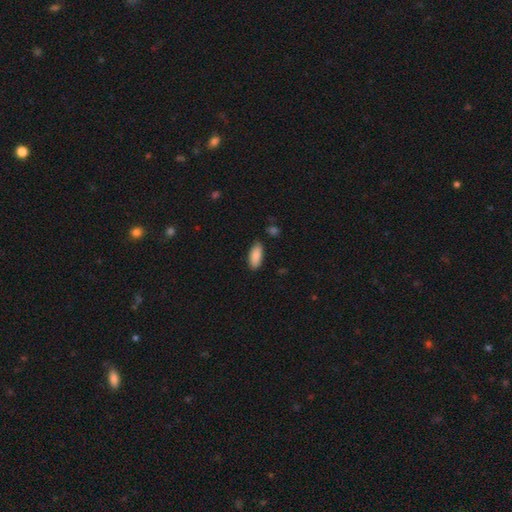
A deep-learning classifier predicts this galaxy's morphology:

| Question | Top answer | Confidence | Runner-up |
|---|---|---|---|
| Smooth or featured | smooth | 88% | star or artifact (6%) |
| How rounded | in between | 85% | cigar-shaped (13%) |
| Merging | none | 84% | minor disturbance (12%) |